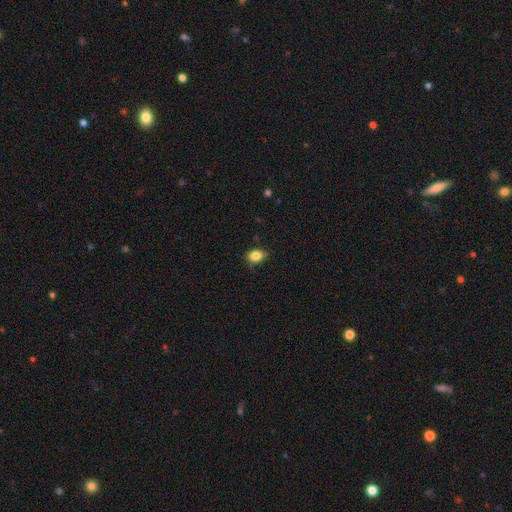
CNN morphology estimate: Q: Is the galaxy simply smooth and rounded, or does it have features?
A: smooth — 85%.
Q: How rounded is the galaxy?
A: in between — 65%.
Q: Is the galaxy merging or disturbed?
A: none — 70%.